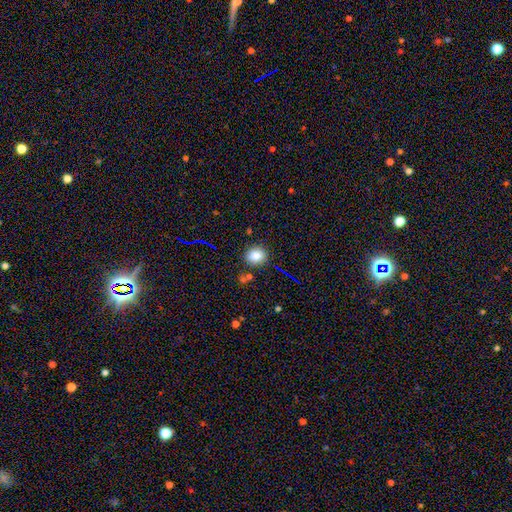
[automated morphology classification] A smooth galaxy with no disk features (80%) that is round (76%).

Vote fractions:
- Smooth or featured? smooth: 80% / star or artifact: 13% / featured or disk: 7%
- How rounded? round: 76% / in between: 23% / cigar-shaped: 1%
- Merging? none: 84% / minor disturbance: 9% / merger: 4% / major disturbance: 3%